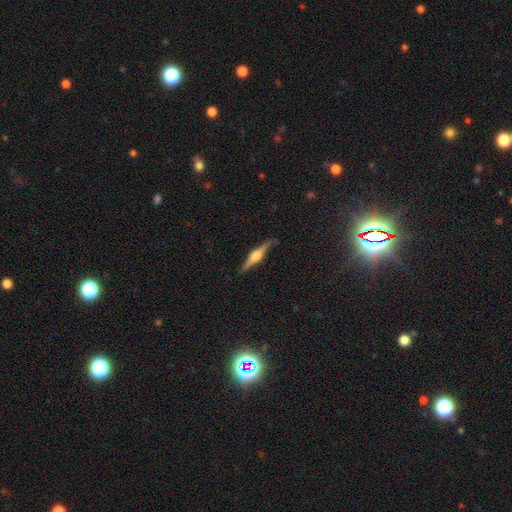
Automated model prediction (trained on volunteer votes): Morphology: type=featured or disk (79%); edge-on=yes (98%); edge-on bulge=rounded (90%); merging=none (89%).